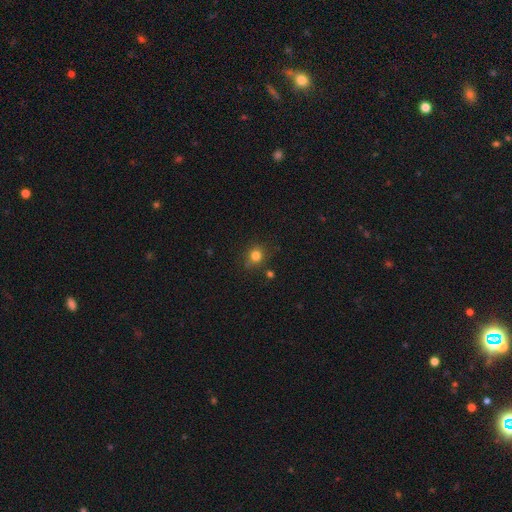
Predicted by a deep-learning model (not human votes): Morphology: type=smooth (79%); roundness=round (81%); merging=none (76%).